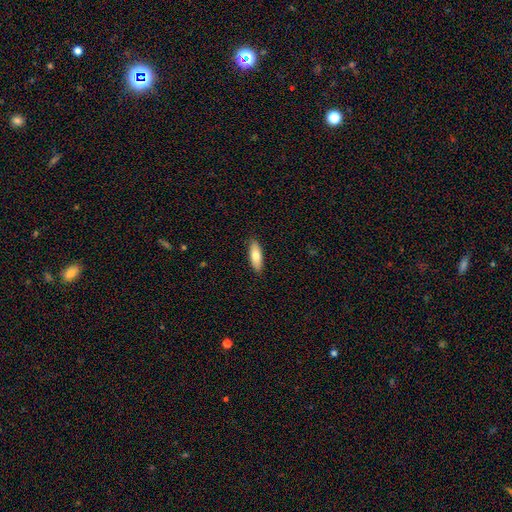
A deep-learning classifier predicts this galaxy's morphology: Smooth or featured?
  - smooth: 78% *
  - featured or disk: 17%
  - star or artifact: 6%
How rounded?
  - in between: 63% *
  - cigar-shaped: 35%
  - round: 2%
Merging?
  - none: 88% *
  - minor disturbance: 9%
  - major disturbance: 2%
  - merger: 1%